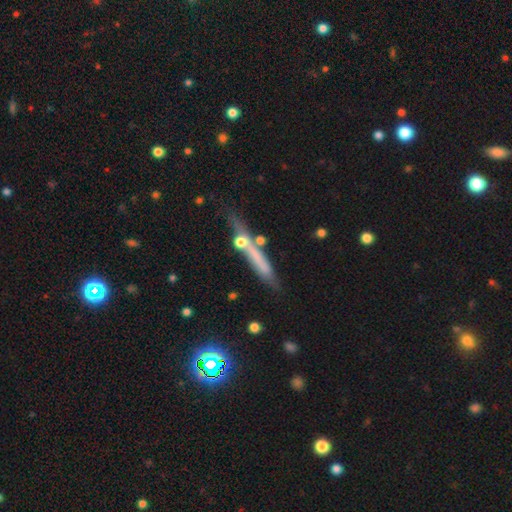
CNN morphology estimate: Smooth or featured? Predicted: smooth (p=0.46). Merging? Predicted: none (p=0.66).